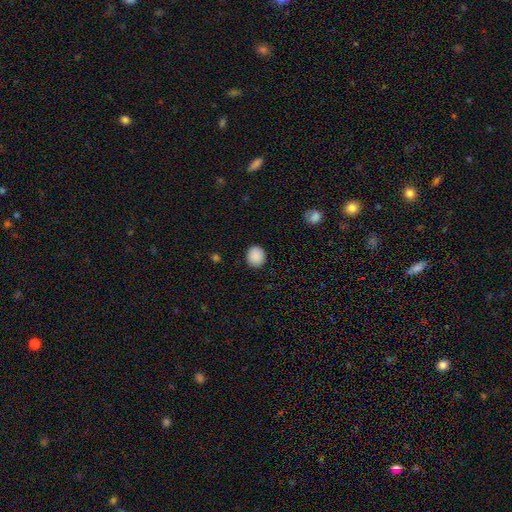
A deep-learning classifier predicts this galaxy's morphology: The model was most divided on "how rounded": round: 78%, in between: 21%, cigar-shaped: 1%. More confident: merging — none (89%); smooth or featured — smooth (89%).